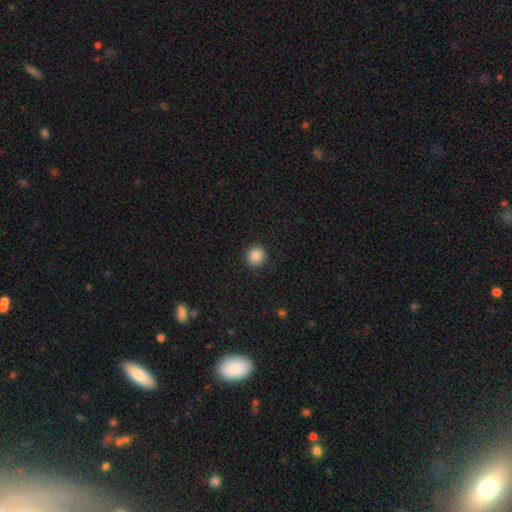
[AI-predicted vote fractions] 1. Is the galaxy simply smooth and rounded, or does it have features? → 88% smooth, 9% star or artifact, 3% featured or disk.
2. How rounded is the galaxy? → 92% round, 7% in between, 1% cigar-shaped.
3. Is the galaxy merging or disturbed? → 91% none, 6% minor disturbance, 2% major disturbance, 1% merger.